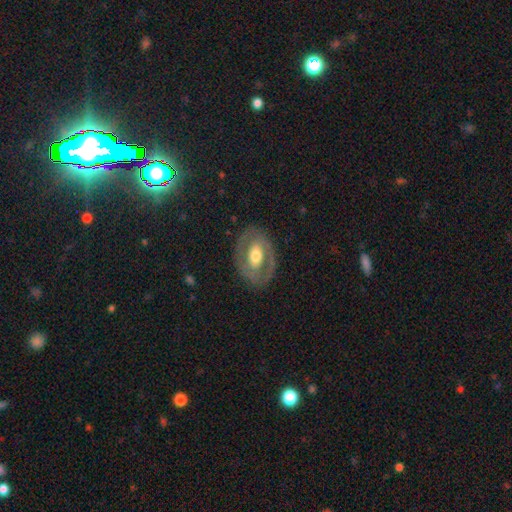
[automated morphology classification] type=featured or disk (65%); edge-on=no (94%); bar=no (43%); spiral arms=no (56%); bulge=moderate (63%); merging=none (80%).